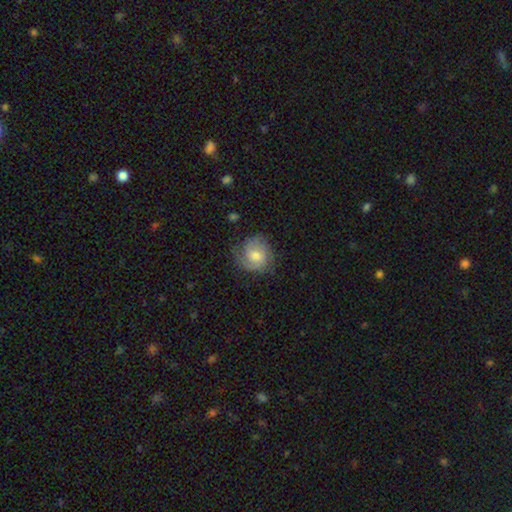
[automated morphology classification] smooth-or-featured: featured or disk: 50% | smooth: 43% | star or artifact: 7%
  merging: none: 66% | minor disturbance: 22% | major disturbance: 10% | merger: 1%